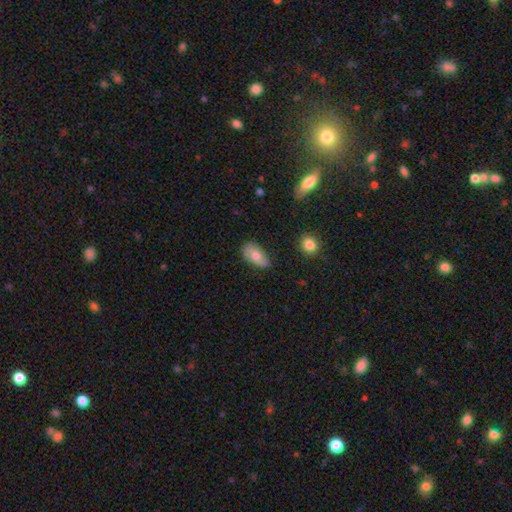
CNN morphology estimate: This is likely a smooth galaxy (64%). How rounded: clearly in between (91%). Merging: likely none (64%).